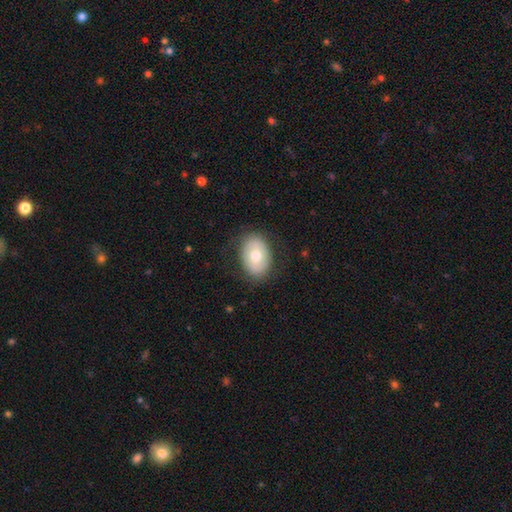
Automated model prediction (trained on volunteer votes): smooth_or_featured: smooth (p=0.69) [alt: featured or disk p=0.24]
how_rounded: in between (p=0.77) [alt: round p=0.22]
merging: none (p=0.81) [alt: minor disturbance p=0.14]